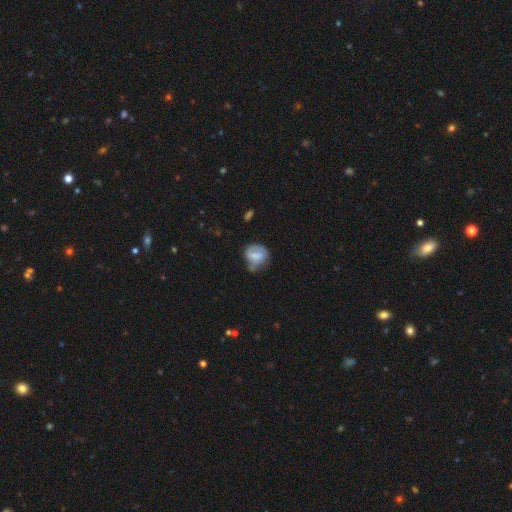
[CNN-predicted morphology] smooth 61%, featured or disk 30%, star or artifact 8%. Down the decision tree: how rounded — round (68%); merging — none (44%).